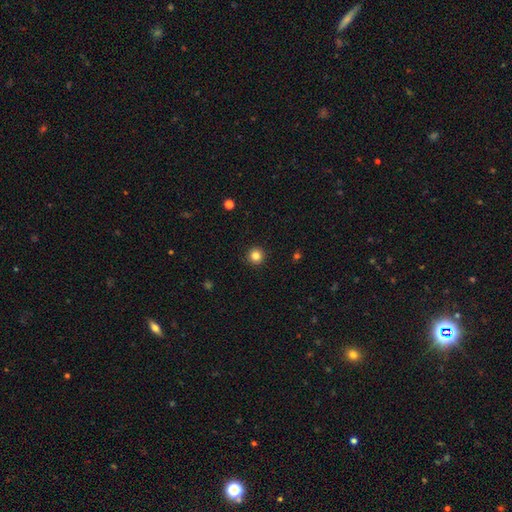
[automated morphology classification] smooth-or-featured: smooth: 84% | star or artifact: 12% | featured or disk: 4%
  how-rounded: round: 96% | in between: 3% | cigar-shaped: 1%
  merging: none: 93% | minor disturbance: 5% | major disturbance: 2% | merger: 1%